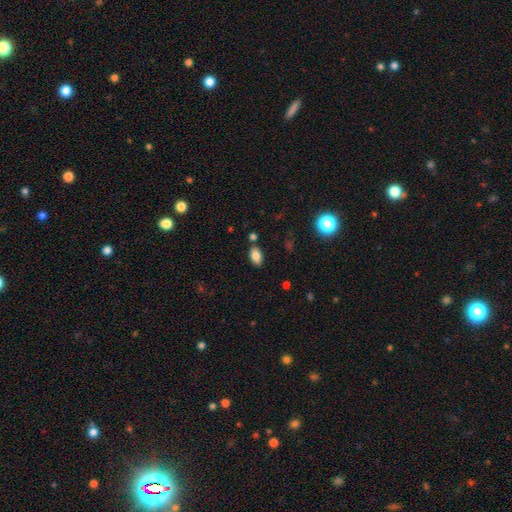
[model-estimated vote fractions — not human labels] Q: Smooth or featured?
A: smooth (83%); runner-up: star or artifact (10%)
Q: How rounded?
A: in between (90%); runner-up: round (8%)
Q: Merging?
A: none (81%); runner-up: minor disturbance (11%)